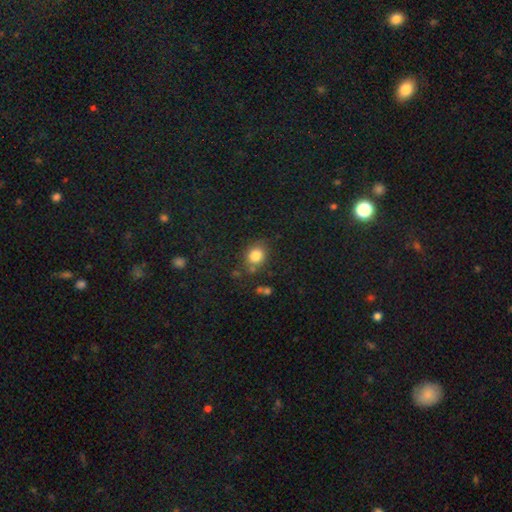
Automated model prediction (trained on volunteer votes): A smooth galaxy with no disk features (82%) that is round (68%). Merging: none (75%).